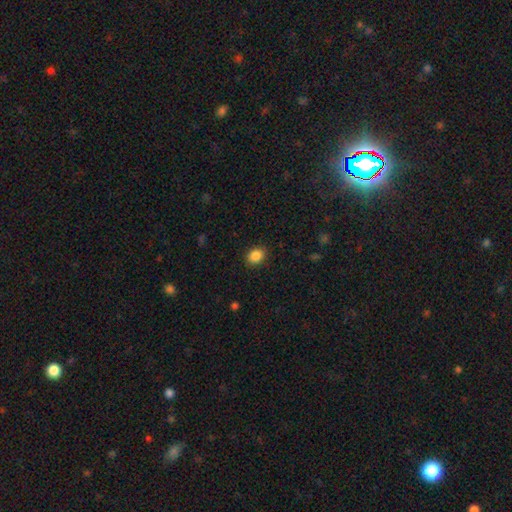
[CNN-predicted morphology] Overall: smooth (88%). How rounded: round (56%; in between 43%). Merging: none (89%).